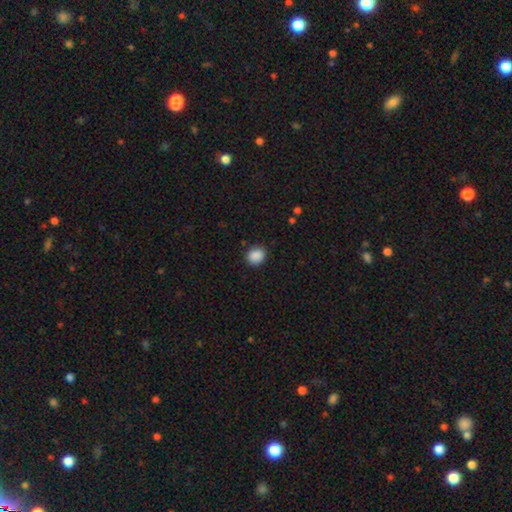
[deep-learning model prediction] Smooth or featured? Predicted: smooth (p=0.89). How rounded? Predicted: round (p=0.71). Merging? Predicted: none (p=0.86).